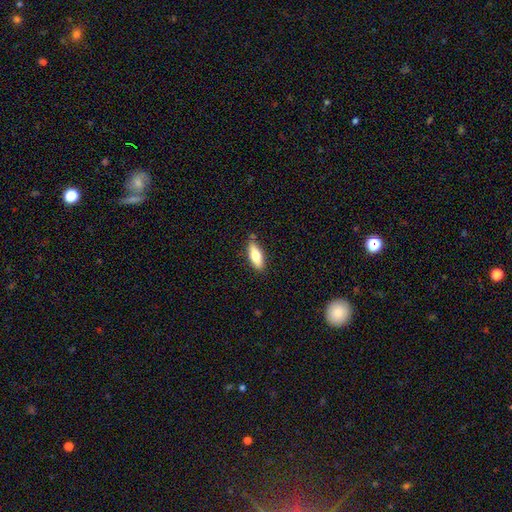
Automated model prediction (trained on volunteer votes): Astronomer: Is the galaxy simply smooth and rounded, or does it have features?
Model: smooth — 72%.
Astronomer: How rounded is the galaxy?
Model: in between — 66%.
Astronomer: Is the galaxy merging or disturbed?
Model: none — 82%.